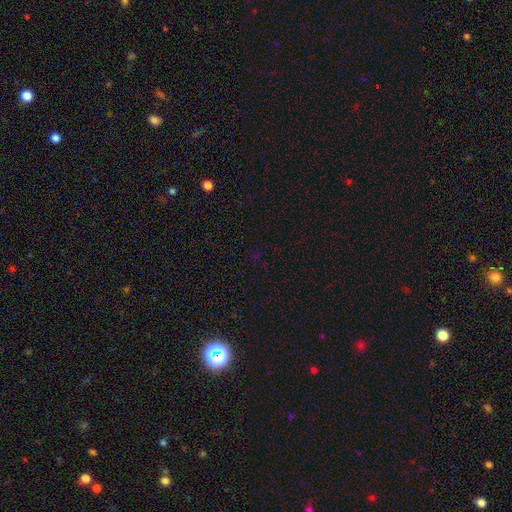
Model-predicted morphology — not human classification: smooth_or_featured: star or artifact (p=0.70) [alt: smooth p=0.23]